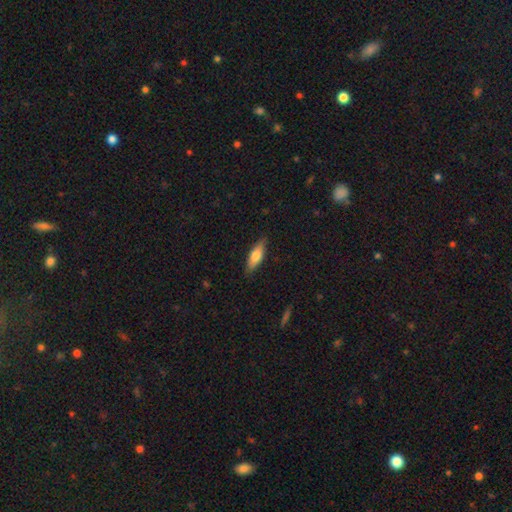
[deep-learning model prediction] Q: Smooth or featured?
A: smooth (65%); runner-up: featured or disk (29%)
Q: How rounded?
A: in between (50%); runner-up: cigar-shaped (48%)
Q: Merging?
A: none (87%); runner-up: minor disturbance (10%)